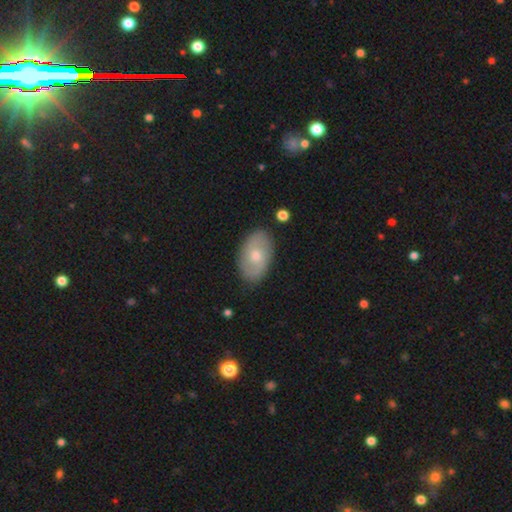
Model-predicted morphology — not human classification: This is possibly a smooth galaxy (52%). How rounded: clearly in between (91%). Merging: clearly none (85%).